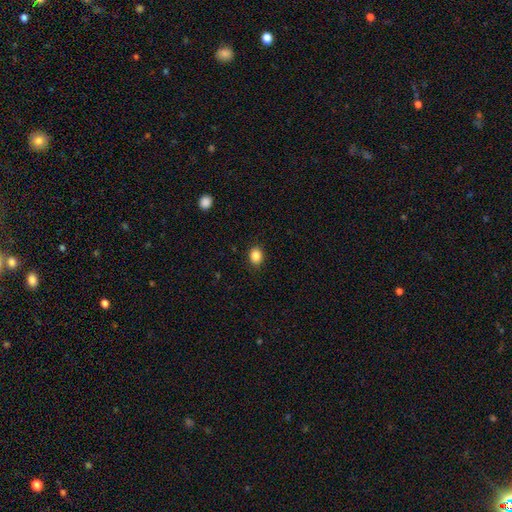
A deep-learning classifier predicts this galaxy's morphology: A smooth galaxy with no disk features (87%) that is round (50%).

Vote fractions:
- Smooth or featured? smooth: 87% / star or artifact: 10% / featured or disk: 3%
- How rounded? round: 50% / in between: 49% / cigar-shaped: 1%
- Merging? none: 89% / minor disturbance: 8% / major disturbance: 2% / merger: 1%